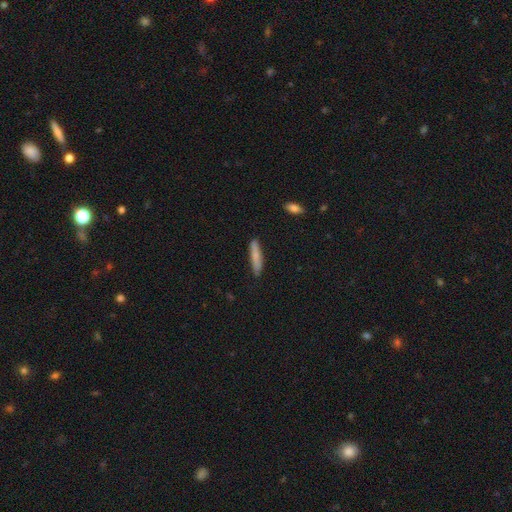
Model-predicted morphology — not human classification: smooth 77%, featured or disk 17%, star or artifact 6%. Down the decision tree: how rounded — cigar-shaped (87%); merging — none (84%).